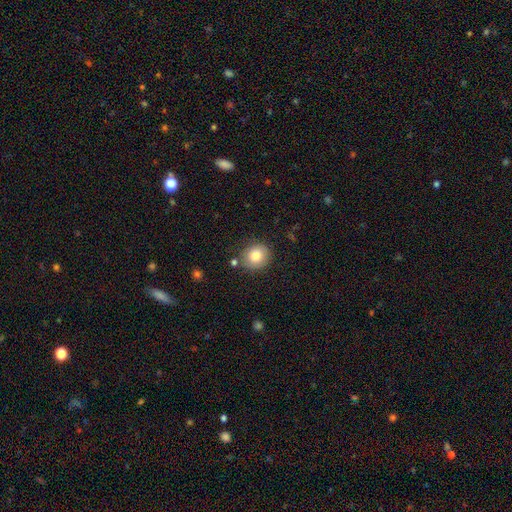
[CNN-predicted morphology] type=smooth (80%); roundness=round (81%); merging=none (81%).